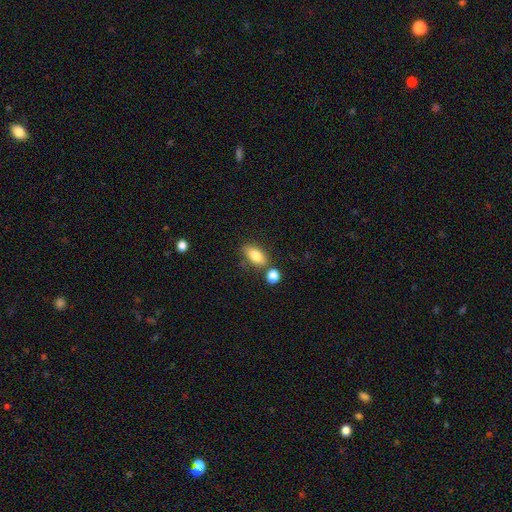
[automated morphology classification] The model was most divided on "merging": none: 69%, minor disturbance: 14%, merger: 13%, major disturbance: 4%. More confident: how rounded — in between (86%); smooth or featured — smooth (80%).